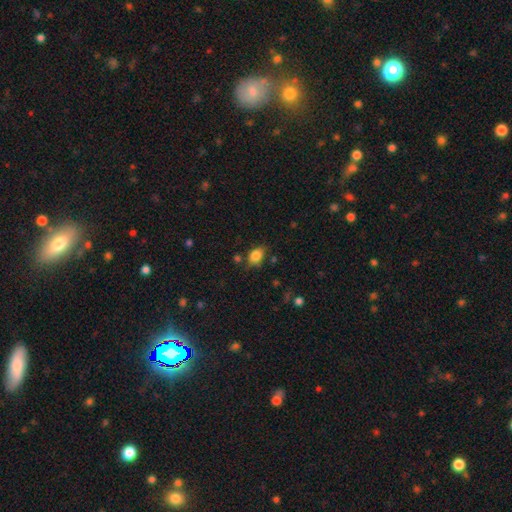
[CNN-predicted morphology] Smooth or featured?
  - smooth: 83% *
  - star or artifact: 10%
  - featured or disk: 7%
How rounded?
  - in between: 74% *
  - round: 25%
  - cigar-shaped: 2%
Merging?
  - none: 69% *
  - minor disturbance: 22%
  - major disturbance: 5%
  - merger: 4%